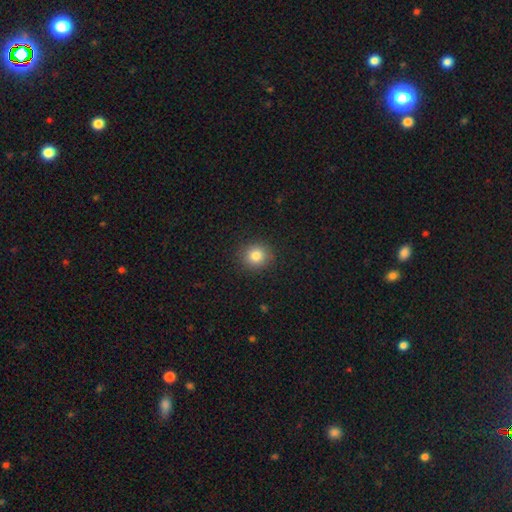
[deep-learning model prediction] The model was most divided on "smooth or featured": smooth: 82%, star or artifact: 11%, featured or disk: 7%. More confident: merging — none (90%); how rounded — round (87%).